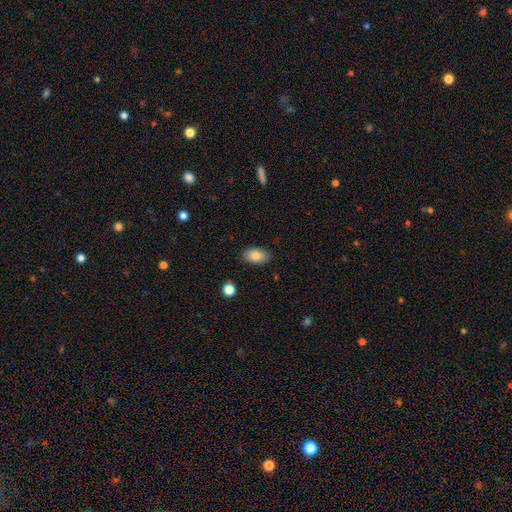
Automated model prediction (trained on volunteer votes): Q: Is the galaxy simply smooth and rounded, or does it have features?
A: smooth — 84%.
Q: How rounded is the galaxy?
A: in between — 92%.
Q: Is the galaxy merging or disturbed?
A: none — 86%.